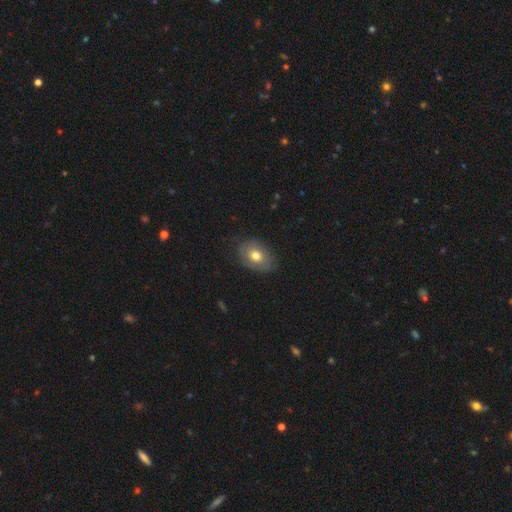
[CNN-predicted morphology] Q: Smooth or featured?
A: smooth (67%); runner-up: featured or disk (25%)
Q: How rounded?
A: in between (74%); runner-up: round (25%)
Q: Merging?
A: none (77%); runner-up: minor disturbance (18%)